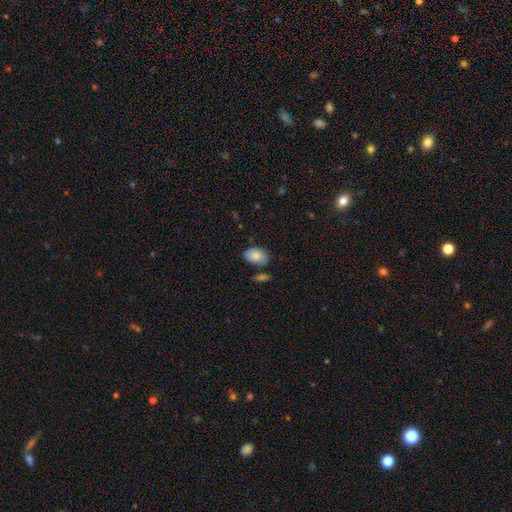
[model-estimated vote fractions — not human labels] Overall: smooth (85%). How rounded: in between (88%). Merging: none (74%).